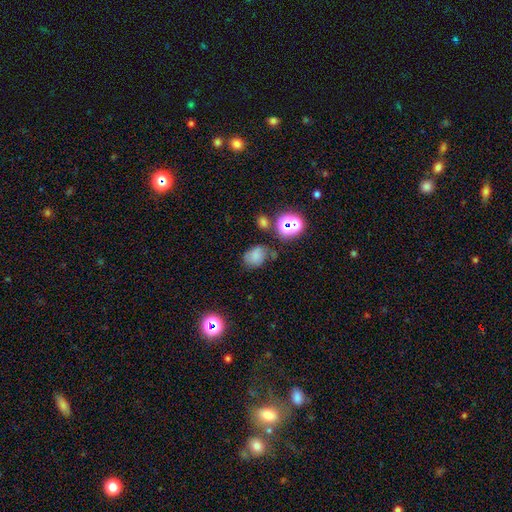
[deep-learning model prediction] Q: Smooth or featured?
A: smooth (69%); runner-up: star or artifact (19%)
Q: How rounded?
A: in between (67%); runner-up: round (32%)
Q: Merging?
A: none (58%); runner-up: minor disturbance (24%)